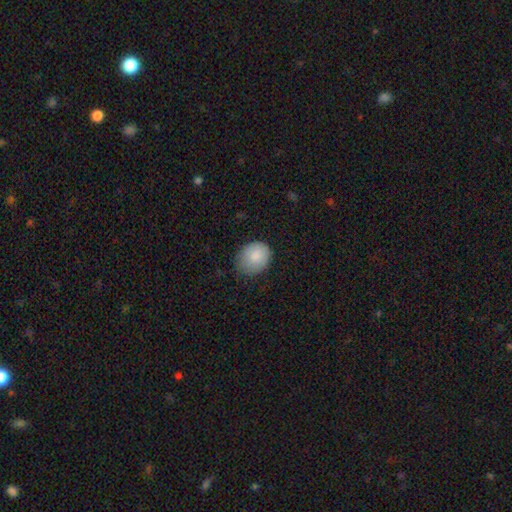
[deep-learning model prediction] Smooth or featured: smooth — 86% (star or artifact — 7%)
How rounded: round — 55% (in between — 44%)
Merging: none — 66% (minor disturbance — 27%)